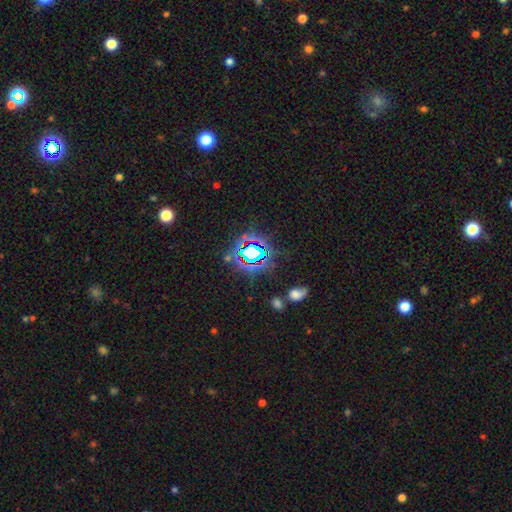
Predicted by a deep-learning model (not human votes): Smooth or featured? star or artifact (72%)